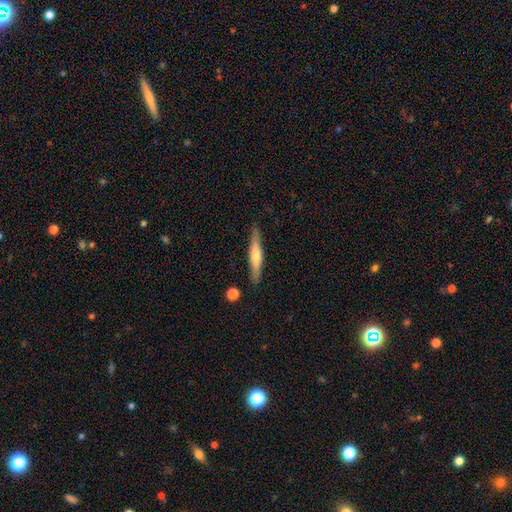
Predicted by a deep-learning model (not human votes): featured or disk 49%, smooth 45%, star or artifact 6%. Down the decision tree: merging — none (86%).